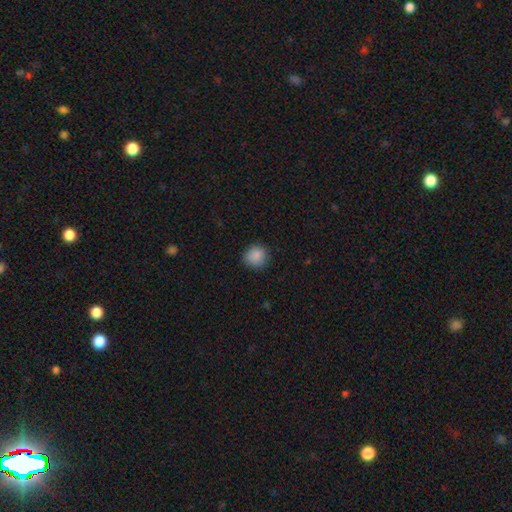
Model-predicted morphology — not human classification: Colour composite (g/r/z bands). It shows a smooth galaxy with no disk features (87%) that is round (85%). Merging: none (86%).